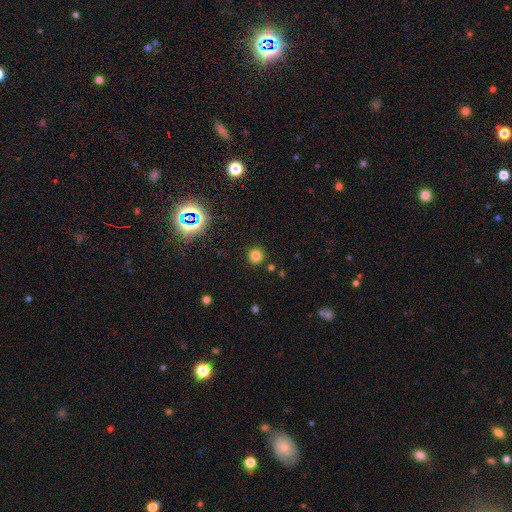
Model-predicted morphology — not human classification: Smooth or featured? smooth (77%)
How rounded? round (94%)
Merging? none (90%)